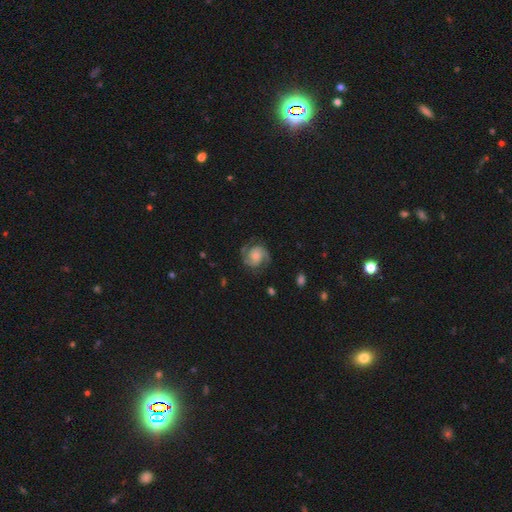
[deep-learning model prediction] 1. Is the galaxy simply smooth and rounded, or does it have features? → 87% featured or disk, 7% smooth, 6% star or artifact.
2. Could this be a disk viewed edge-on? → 98% no, 2% yes.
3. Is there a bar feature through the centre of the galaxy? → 67% no, 26% weak, 7% strong.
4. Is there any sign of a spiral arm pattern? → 98% yes, 2% no.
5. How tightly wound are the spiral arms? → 46% medium, 45% tight, 9% loose.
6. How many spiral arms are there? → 91% 2, 3% 3, 2% can't tell, 1% 1, 1% 4, 1% more than 4.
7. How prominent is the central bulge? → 39% small, 37% moderate, 12% none, 10% large, 2% dominant.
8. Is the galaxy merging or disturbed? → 80% none, 13% minor disturbance, 5% major disturbance, 1% merger.